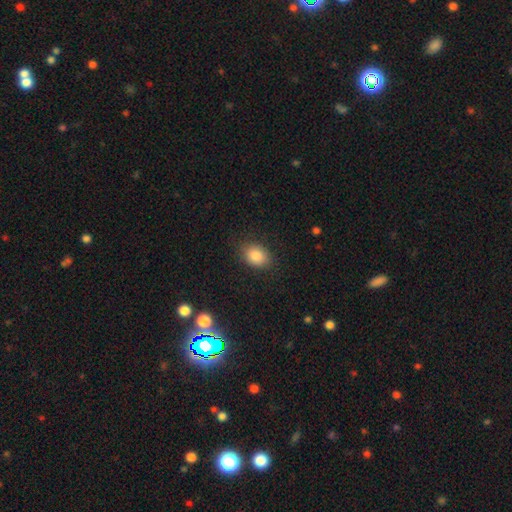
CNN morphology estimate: type=smooth (85%); roundness=in between (66%); merging=none (83%).